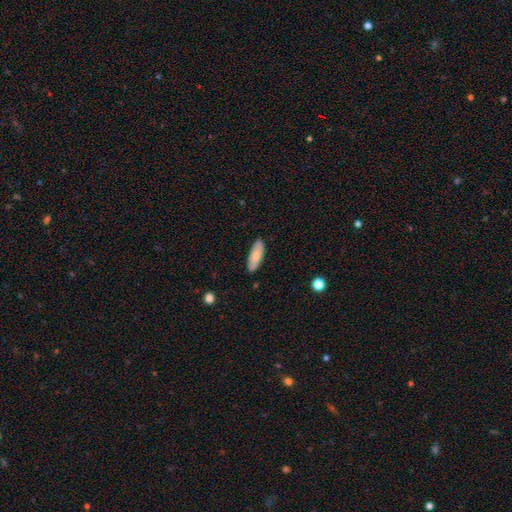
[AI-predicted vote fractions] This is likely a smooth galaxy (79%). How rounded: likely in between (69%). Merging: clearly none (87%).